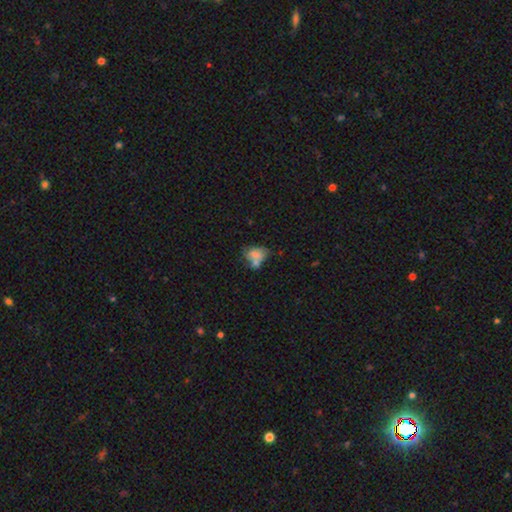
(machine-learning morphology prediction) Overall: smooth (67%). How rounded: in between (74%). Merging: merger (43%; none 28%).